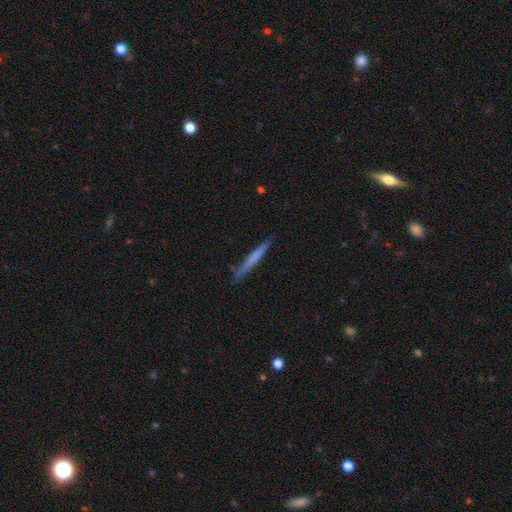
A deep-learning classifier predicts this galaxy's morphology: smooth_or_featured: smooth (p=0.59) [alt: featured or disk p=0.36]
how_rounded: cigar-shaped (p=0.97) [alt: in between p=0.02]
merging: none (p=0.85) [alt: minor disturbance p=0.11]